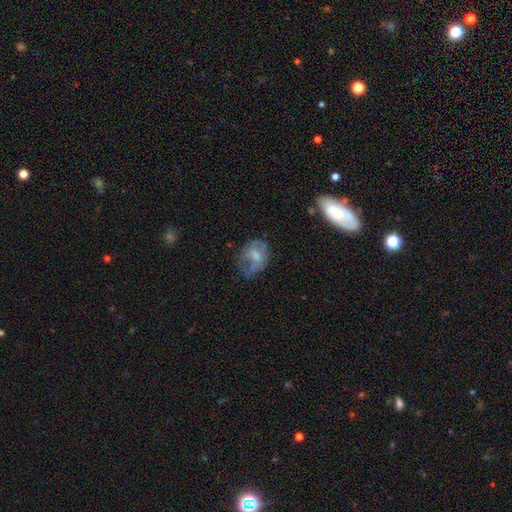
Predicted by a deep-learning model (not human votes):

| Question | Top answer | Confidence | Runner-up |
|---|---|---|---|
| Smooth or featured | smooth | 51% | featured or disk (39%) |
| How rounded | in between | 69% | round (30%) |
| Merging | none | 40% | minor disturbance (30%) |